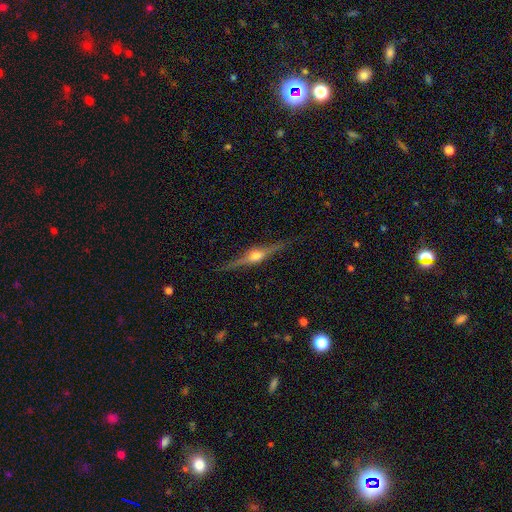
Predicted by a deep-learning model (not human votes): Smooth or featured? Predicted: featured or disk (p=0.81). Edge-on disk? Predicted: yes (p=0.98). Edge-on bulge? Predicted: rounded (p=0.92). Merging? Predicted: none (p=0.88).